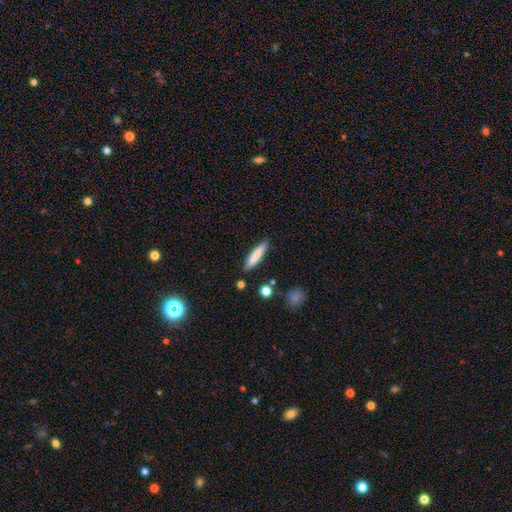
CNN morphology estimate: type=smooth (76%); roundness=cigar-shaped (85%); merging=none (86%).